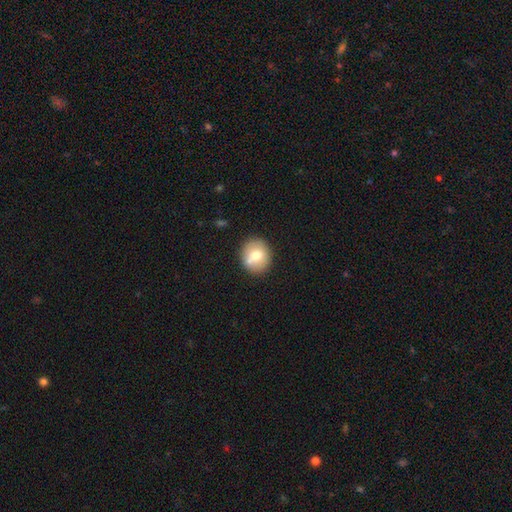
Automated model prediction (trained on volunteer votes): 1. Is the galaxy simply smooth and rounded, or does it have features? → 69% smooth, 23% featured or disk, 8% star or artifact.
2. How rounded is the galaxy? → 81% round, 18% in between, 1% cigar-shaped.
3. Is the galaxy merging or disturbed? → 77% none, 11% minor disturbance, 8% merger, 3% major disturbance.